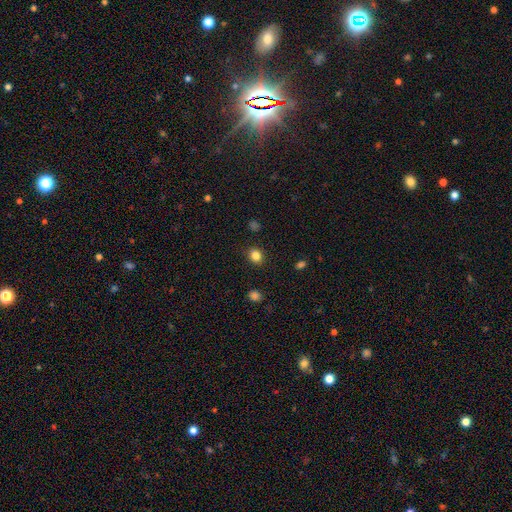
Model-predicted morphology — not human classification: A smooth galaxy with no disk features (84%) that is round (60%). Merging: none (87%).